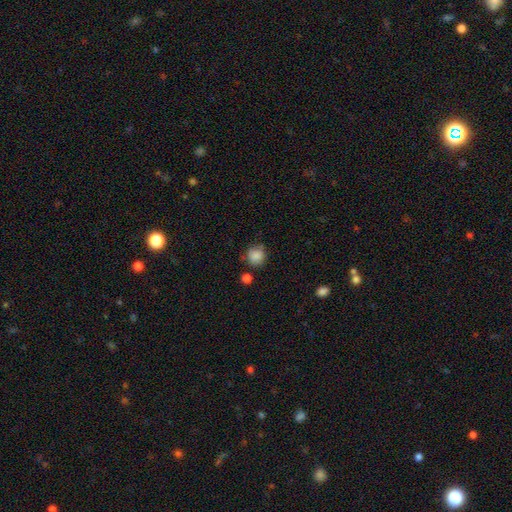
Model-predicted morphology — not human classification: The model was most divided on "merging": none: 67%, minor disturbance: 20%, merger: 7%, major disturbance: 5%. More confident: how rounded — round (86%); smooth or featured — smooth (85%).